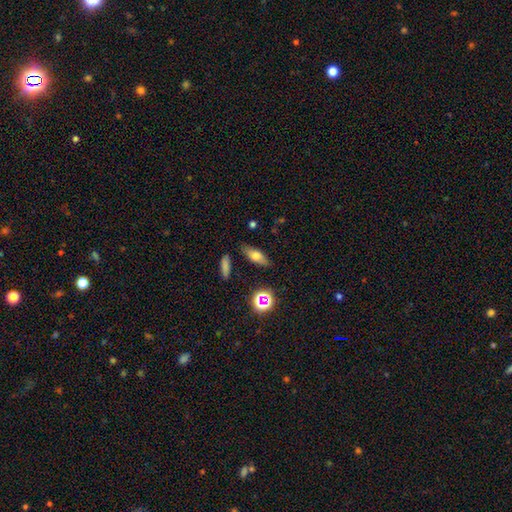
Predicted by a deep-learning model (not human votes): Q: Smooth or featured?
A: smooth (65%); runner-up: featured or disk (23%)
Q: How rounded?
A: in between (65%); runner-up: cigar-shaped (29%)
Q: Merging?
A: none (82%); runner-up: minor disturbance (12%)